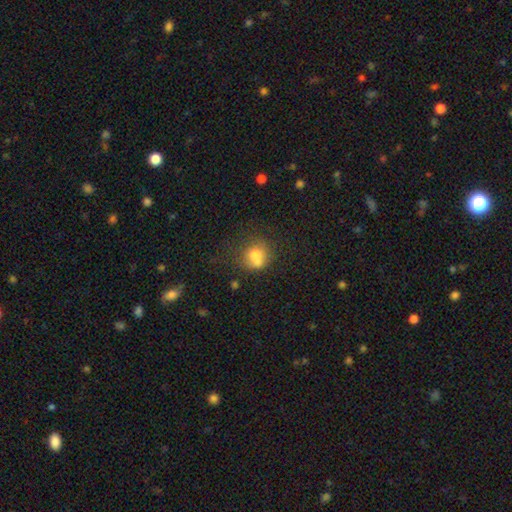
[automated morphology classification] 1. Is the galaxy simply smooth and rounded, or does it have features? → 67% smooth, 20% featured or disk, 13% star or artifact.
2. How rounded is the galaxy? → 76% round, 23% in between, 1% cigar-shaped.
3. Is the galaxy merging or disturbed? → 39% none (tied), 39% merger (tied), 14% minor disturbance, 8% major disturbance.